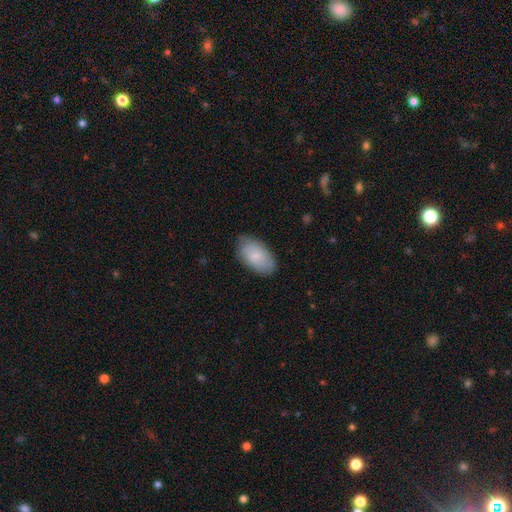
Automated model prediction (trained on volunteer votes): A smooth galaxy with no disk features (80%) that is in between round and cigar-shaped (95%). Merging: none (79%).